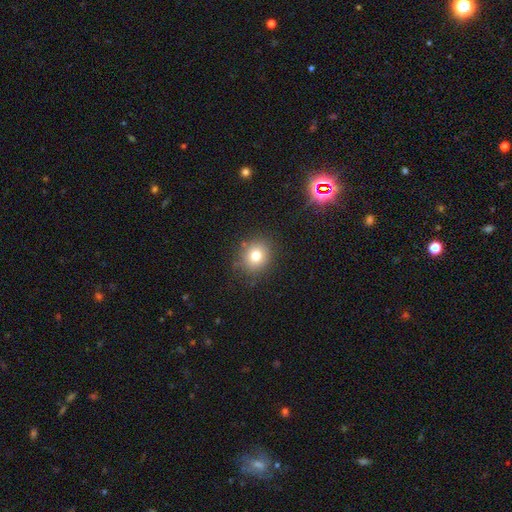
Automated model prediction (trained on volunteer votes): Overall: smooth (76%). How rounded: round (80%). Merging: none (84%).